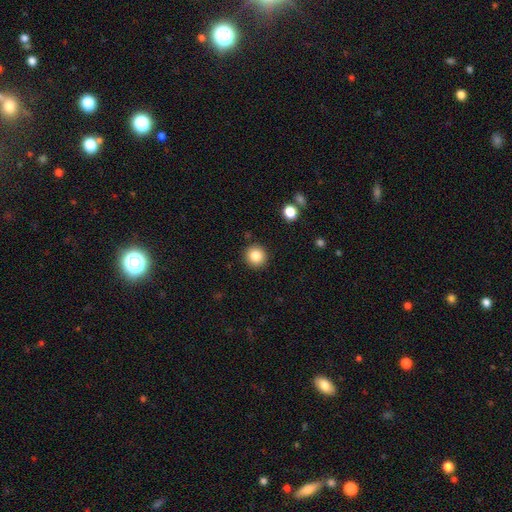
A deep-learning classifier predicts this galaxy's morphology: A smooth galaxy with no disk features (84%) that is round (93%).

Vote fractions:
- Smooth or featured? smooth: 84% / star or artifact: 10% / featured or disk: 6%
- How rounded? round: 93% / in between: 6% / cigar-shaped: 1%
- Merging? none: 91% / minor disturbance: 6% / major disturbance: 2% / merger: 1%